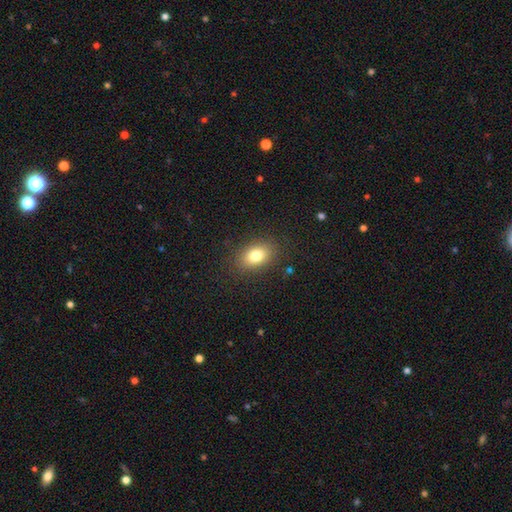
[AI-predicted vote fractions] Smooth or featured? smooth (78%)
How rounded? in between (79%)
Merging? none (86%)